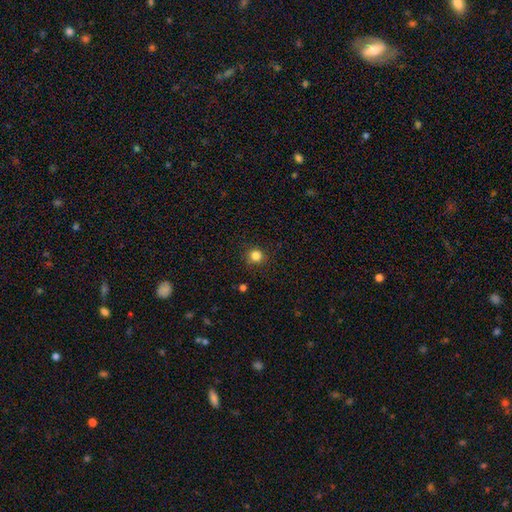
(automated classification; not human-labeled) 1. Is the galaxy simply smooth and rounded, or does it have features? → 84% smooth, 12% star or artifact, 4% featured or disk.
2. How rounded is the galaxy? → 92% round, 7% in between, 1% cigar-shaped.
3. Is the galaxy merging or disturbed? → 88% none, 8% minor disturbance, 2% major disturbance, 1% merger.